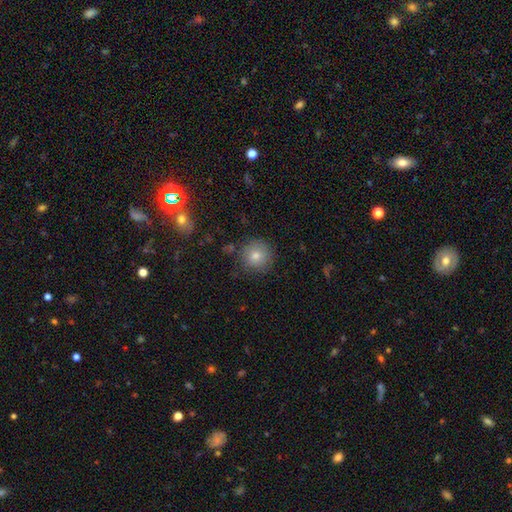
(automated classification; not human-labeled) Q: Smooth or featured?
A: smooth (73%); runner-up: star or artifact (16%)
Q: How rounded?
A: round (94%); runner-up: in between (5%)
Q: Merging?
A: none (84%); runner-up: minor disturbance (10%)